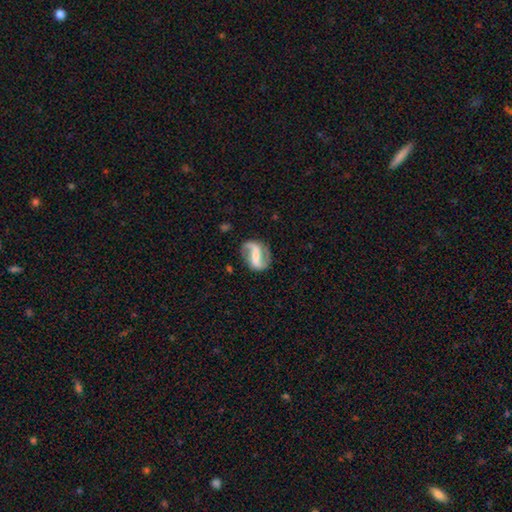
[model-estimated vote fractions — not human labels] Overall: featured or disk (84%). Edge-on disk: no (97%). Bar: strong (60%; weak 28%). Spiral arms: yes (93%). Spiral arm count: 2 (91%). Spiral winding: loose (51%; medium 36%). Bulge size: small (36%; moderate 30%). Merging: none (77%).